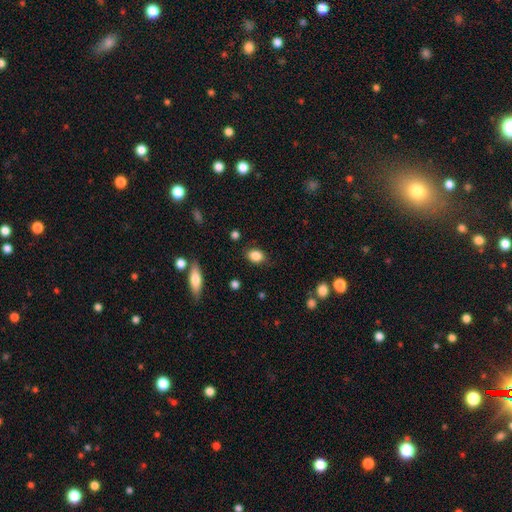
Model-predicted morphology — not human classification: Overall: smooth (86%). How rounded: in between (68%; round 30%). Merging: none (81%).